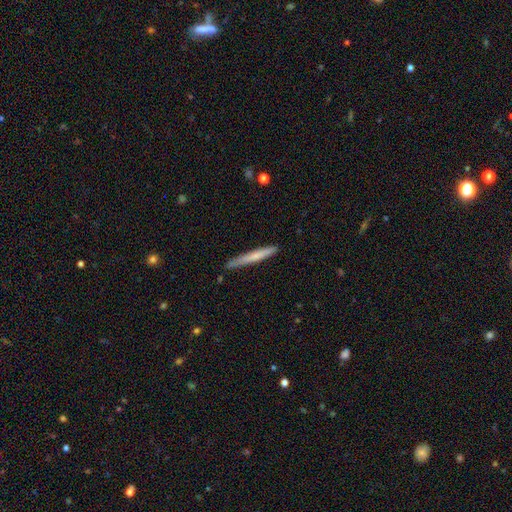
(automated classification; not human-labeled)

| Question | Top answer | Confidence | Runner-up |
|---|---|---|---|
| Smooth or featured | smooth | 63% | featured or disk (31%) |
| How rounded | cigar-shaped | 96% | in between (2%) |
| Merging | none | 83% | minor disturbance (14%) |